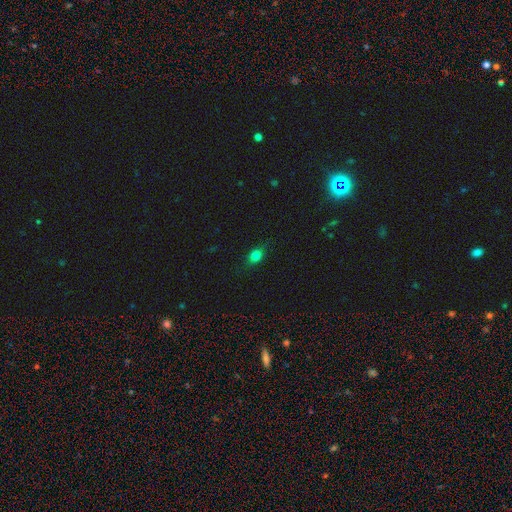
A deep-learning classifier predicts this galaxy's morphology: A smooth galaxy with no disk features (78%) that is in between round and cigar-shaped (64%). Merging: none (81%).